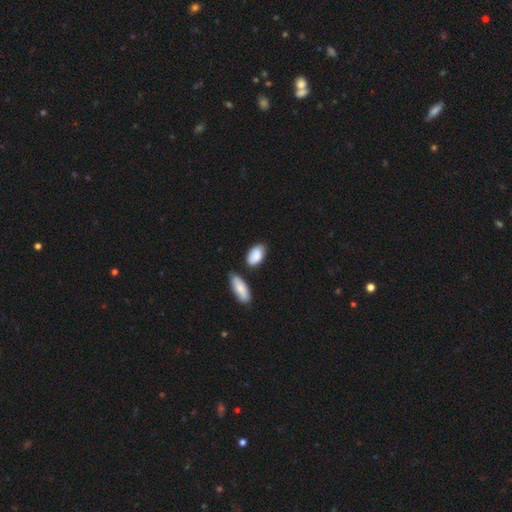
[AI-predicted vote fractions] A smooth galaxy with no disk features (87%) that is in between round and cigar-shaped (92%). Merging: none (66%).